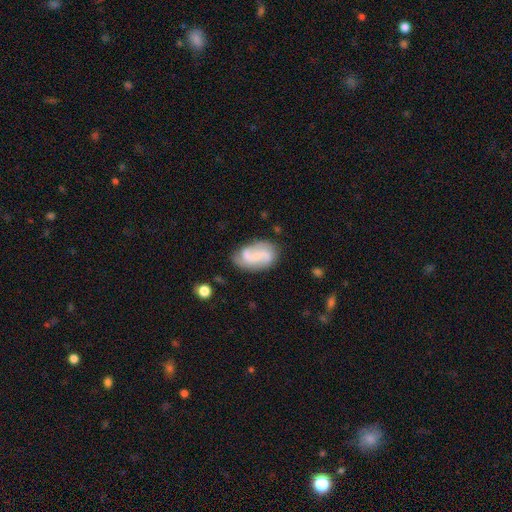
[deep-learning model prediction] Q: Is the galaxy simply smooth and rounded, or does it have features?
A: featured or disk — 66%.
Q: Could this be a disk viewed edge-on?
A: no — 97%.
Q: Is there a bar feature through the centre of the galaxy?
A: no — 49%.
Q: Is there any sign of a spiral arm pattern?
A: yes — 91%.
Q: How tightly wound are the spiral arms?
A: medium — 44%.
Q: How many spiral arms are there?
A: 2 — 68%.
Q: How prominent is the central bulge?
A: none — 48%.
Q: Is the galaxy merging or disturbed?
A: none — 66%.